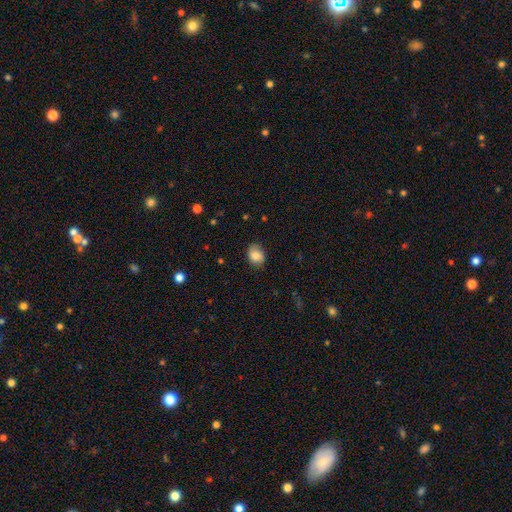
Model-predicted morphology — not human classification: This appears to be a smooth galaxy with no disk features (80%) that is in between round and cigar-shaped (54%). Merging: none (74%).